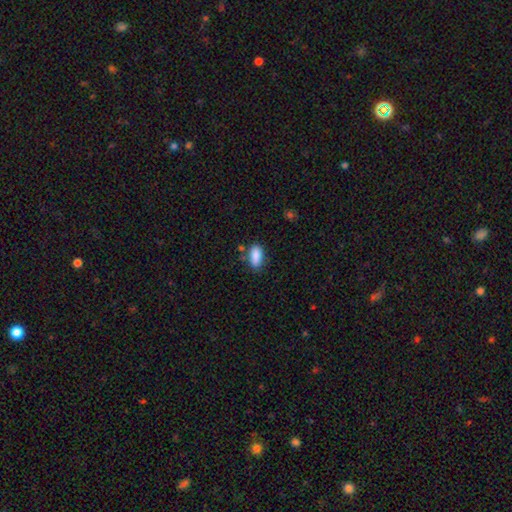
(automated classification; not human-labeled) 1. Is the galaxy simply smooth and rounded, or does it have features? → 88% smooth, 7% star or artifact, 5% featured or disk.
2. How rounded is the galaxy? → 89% in between, 7% cigar-shaped, 3% round.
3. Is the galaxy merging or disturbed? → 76% none, 15% minor disturbance, 5% merger, 4% major disturbance.